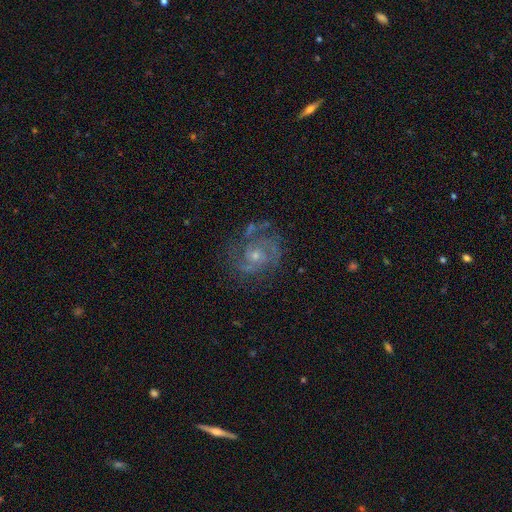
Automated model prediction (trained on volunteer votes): Morphology: type=featured or disk (83%); edge-on=no (98%); bar=no (72%); spiral arms=yes (94%); winding=medium (45%); arm count=2 (43%); bulge=small (53%); merging=none (68%).